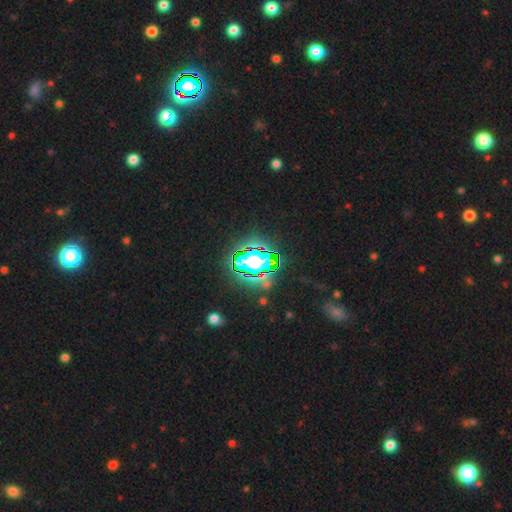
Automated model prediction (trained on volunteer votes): star or artifact 82%, smooth 11%, featured or disk 7%.